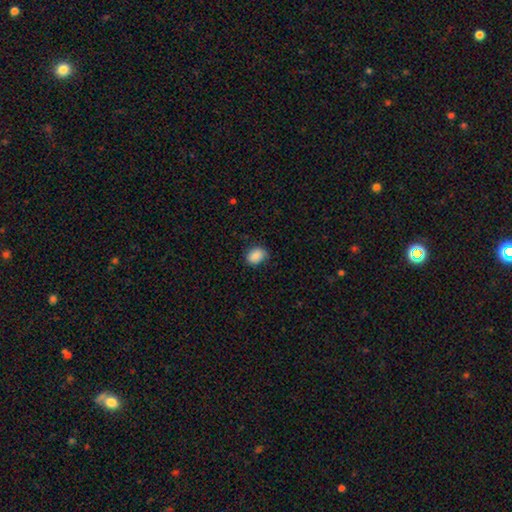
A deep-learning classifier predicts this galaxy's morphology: Smooth or featured: smooth — 88% (star or artifact — 8%)
How rounded: in between — 64% (round — 35%)
Merging: none — 81% (minor disturbance — 15%)